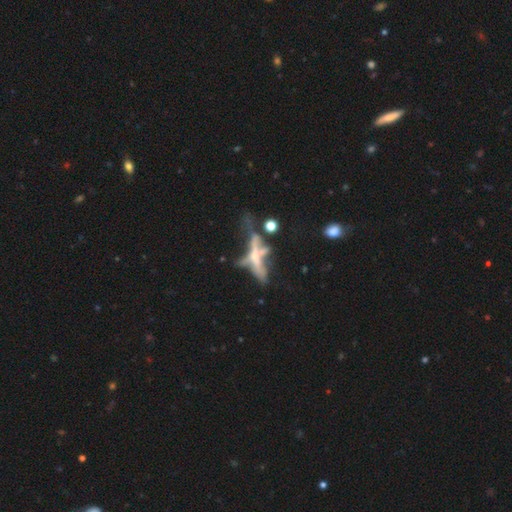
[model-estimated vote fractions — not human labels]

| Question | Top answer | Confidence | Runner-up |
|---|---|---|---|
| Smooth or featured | featured or disk | 60% | smooth (27%) |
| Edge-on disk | yes | 68% | no (32%) |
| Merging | merger | 34% | none (29%) |